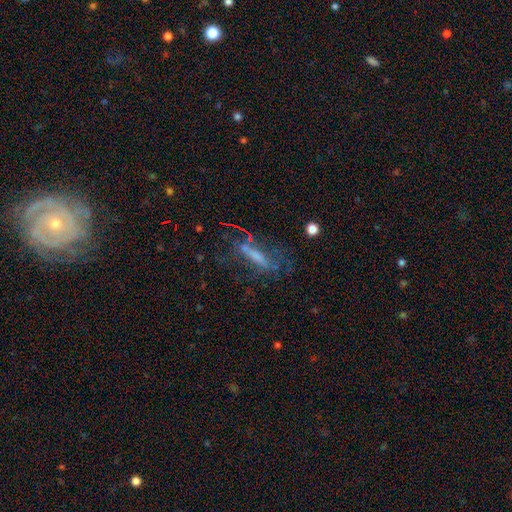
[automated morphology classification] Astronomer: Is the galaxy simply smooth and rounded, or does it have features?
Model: featured or disk — 48% (runner-up: smooth, 36%).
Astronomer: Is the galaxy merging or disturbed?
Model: none — 49% (runner-up: major disturbance, 25%).